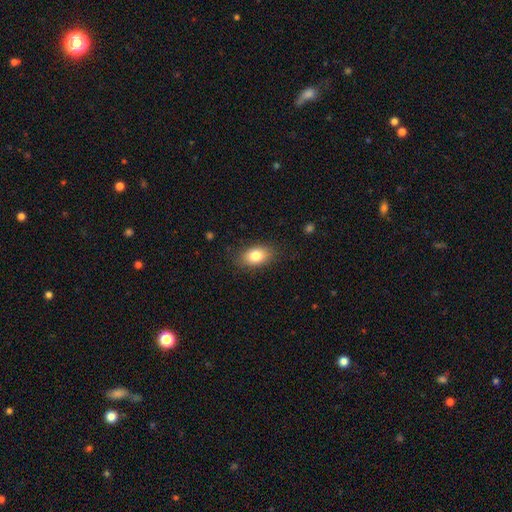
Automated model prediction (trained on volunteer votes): Q: Smooth or featured?
A: smooth (81%); runner-up: featured or disk (11%)
Q: How rounded?
A: in between (85%); runner-up: round (13%)
Q: Merging?
A: none (84%); runner-up: minor disturbance (12%)